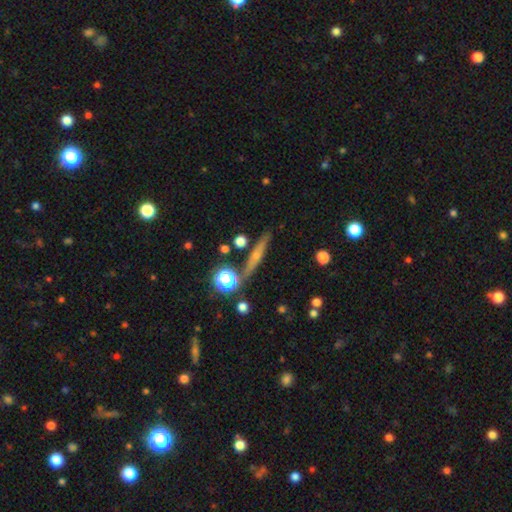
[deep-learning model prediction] Smooth or featured? featured or disk (49%)
Merging? none (81%)